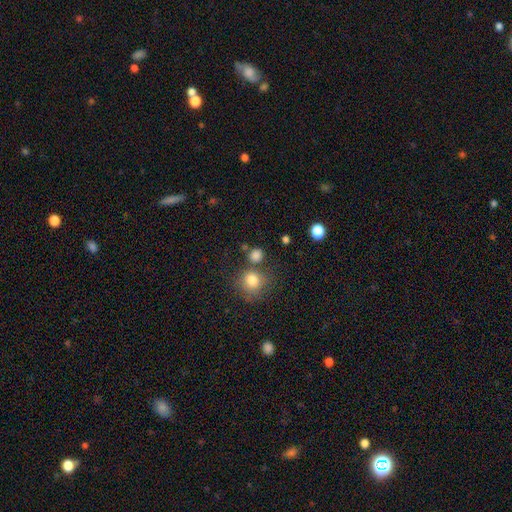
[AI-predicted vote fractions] This appears to be a smooth galaxy with no disk features (81%) that is round (85%). Merging: none (71%).